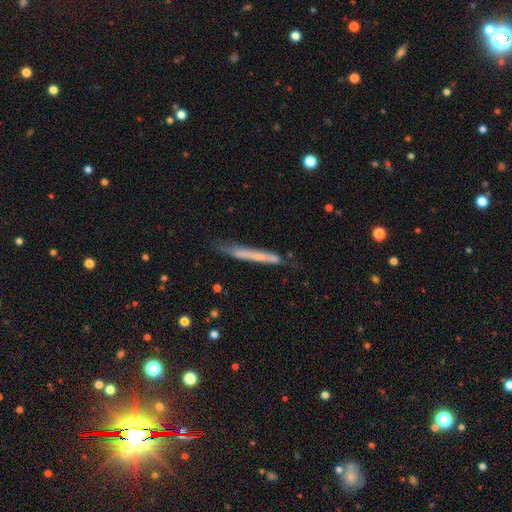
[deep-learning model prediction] The model was most divided on "smooth or featured": smooth: 55%, featured or disk: 38%, star or artifact: 7%. More confident: how rounded — cigar-shaped (97%); merging — none (74%).